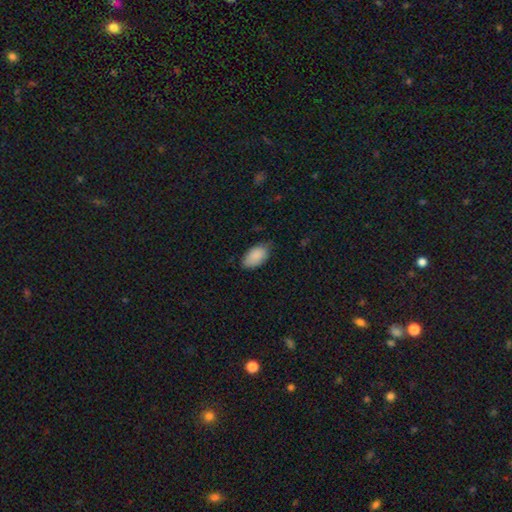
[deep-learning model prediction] Overall: smooth (88%). How rounded: in between (95%). Merging: none (67%; minor disturbance 28%).